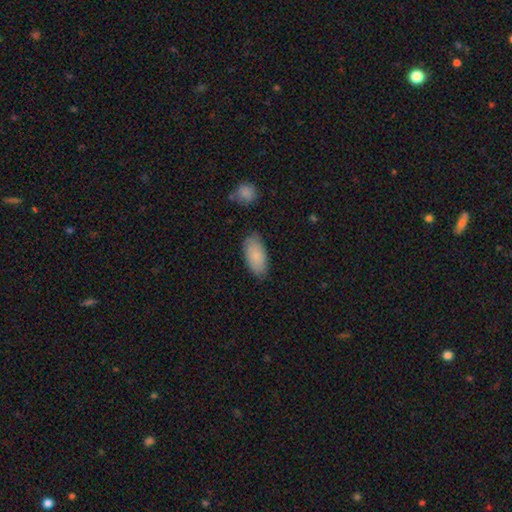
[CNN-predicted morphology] Smooth or featured? Predicted: smooth (p=0.82). How rounded? Predicted: in between (p=0.92). Merging? Predicted: none (p=0.79).